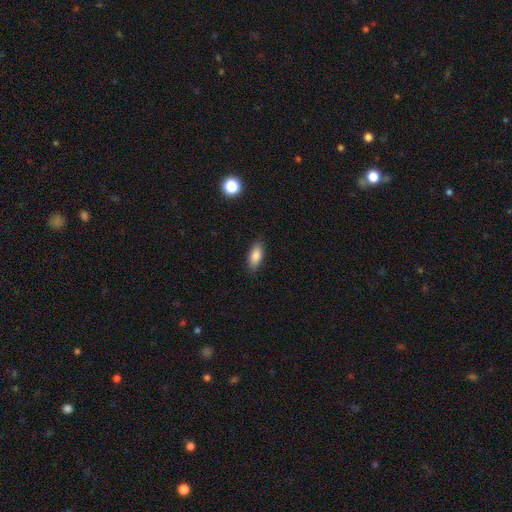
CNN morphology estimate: Q: Smooth or featured?
A: smooth (86%); runner-up: star or artifact (7%)
Q: How rounded?
A: in between (84%); runner-up: cigar-shaped (14%)
Q: Merging?
A: none (86%); runner-up: minor disturbance (10%)